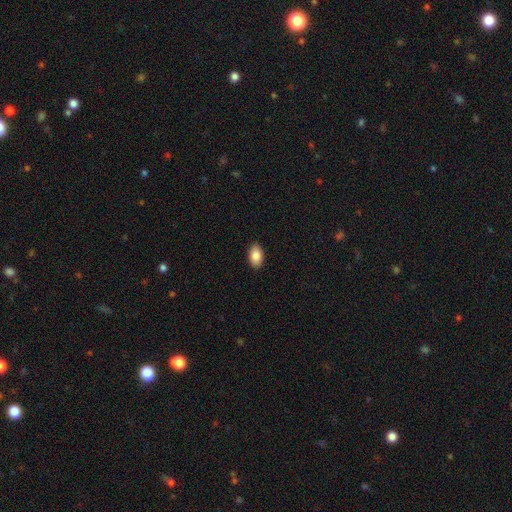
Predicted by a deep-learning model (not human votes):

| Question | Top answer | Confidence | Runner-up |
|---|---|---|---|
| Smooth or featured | smooth | 87% | star or artifact (7%) |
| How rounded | in between | 93% | round (5%) |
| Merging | none | 90% | minor disturbance (7%) |